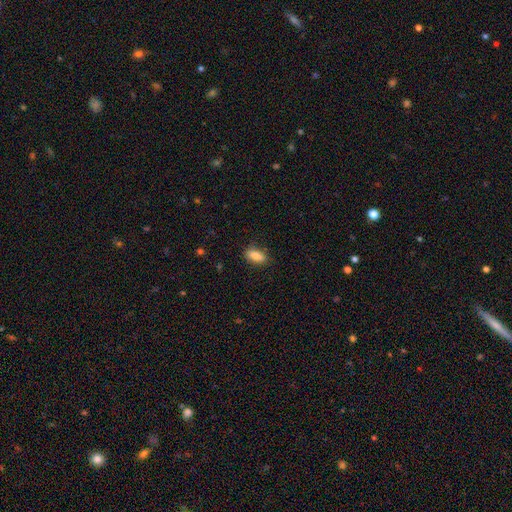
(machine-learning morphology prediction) Smooth or featured? Predicted: smooth (p=0.86). How rounded? Predicted: in between (p=0.81). Merging? Predicted: none (p=0.83).